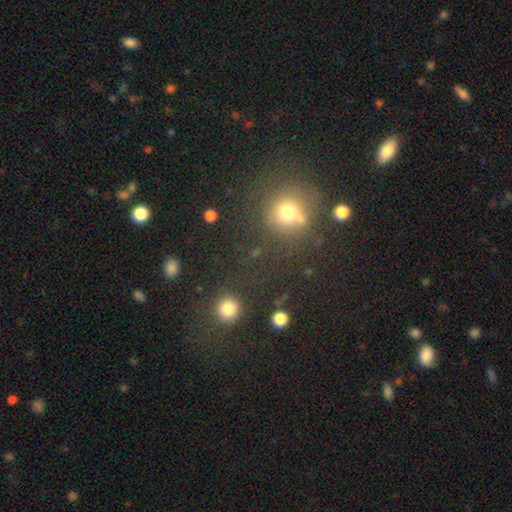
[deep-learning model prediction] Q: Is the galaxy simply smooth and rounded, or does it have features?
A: smooth — 56%.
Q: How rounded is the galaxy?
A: round — 89%.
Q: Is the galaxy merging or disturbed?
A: none — 76%.